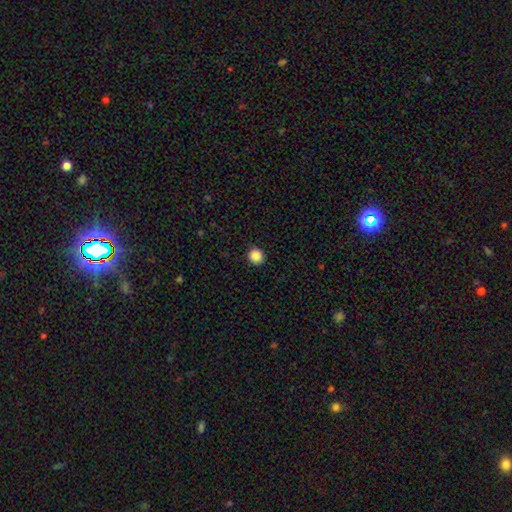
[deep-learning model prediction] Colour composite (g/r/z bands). It shows a smooth galaxy with no disk features (87%) that is round (86%). Merging: none (91%).